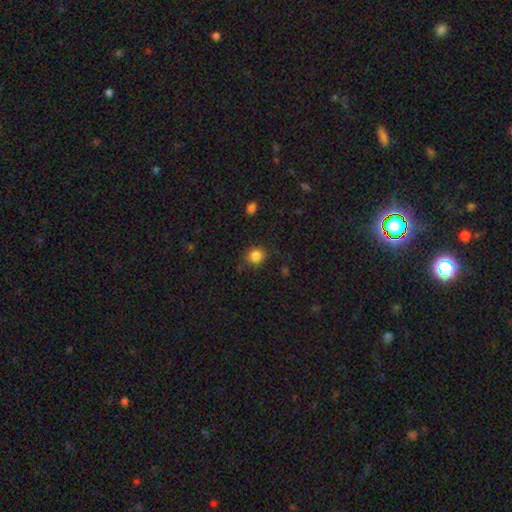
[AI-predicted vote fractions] A smooth galaxy with no disk features (84%) that is round (89%). Merging: none (84%).